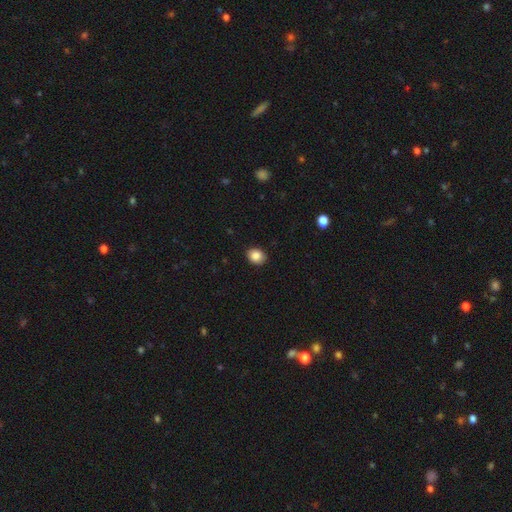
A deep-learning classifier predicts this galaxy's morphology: A smooth galaxy with no disk features (86%) that is in between round and cigar-shaped (52%).

Vote fractions:
- Smooth or featured? smooth: 86% / star or artifact: 9% / featured or disk: 5%
- How rounded? in between: 52% / round: 47% / cigar-shaped: 1%
- Merging? none: 88% / minor disturbance: 9% / major disturbance: 2% / merger: 1%